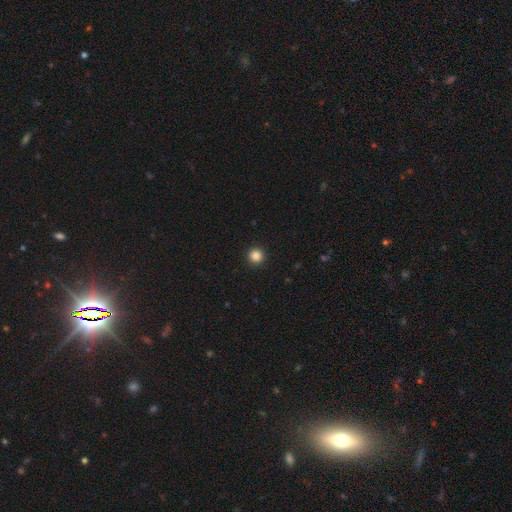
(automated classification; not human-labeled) A smooth galaxy with no disk features (86%) that is round (96%).

Vote fractions:
- Smooth or featured? smooth: 86% / star or artifact: 11% / featured or disk: 3%
- How rounded? round: 96% / in between: 3% / cigar-shaped: 1%
- Merging? none: 94% / minor disturbance: 4% / major disturbance: 2% / merger: 1%